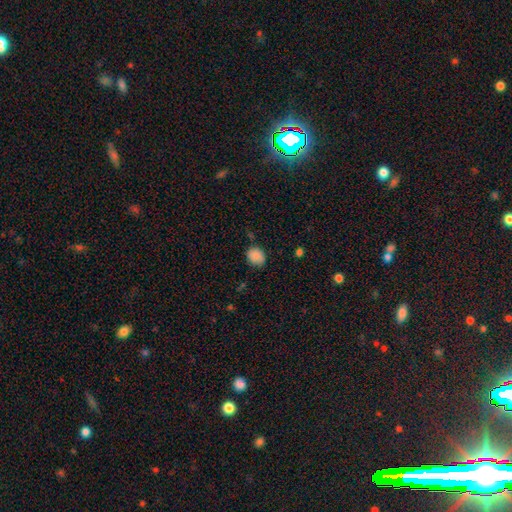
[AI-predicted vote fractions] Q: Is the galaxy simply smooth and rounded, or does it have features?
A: smooth — 87%.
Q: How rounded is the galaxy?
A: round — 67%.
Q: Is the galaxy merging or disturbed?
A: none — 76%.